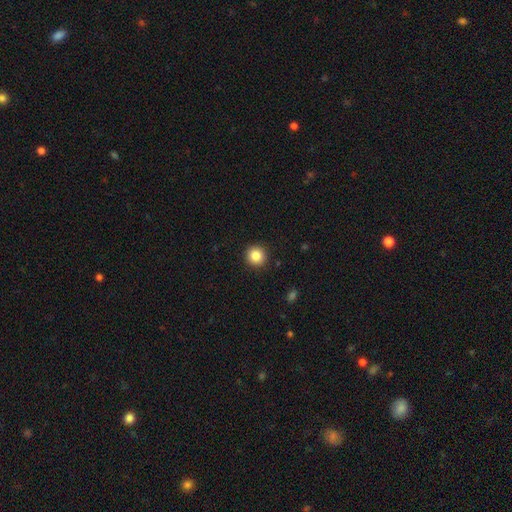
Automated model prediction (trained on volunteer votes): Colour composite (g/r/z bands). It shows a smooth galaxy with no disk features (86%) that is round (94%). Merging: none (92%).